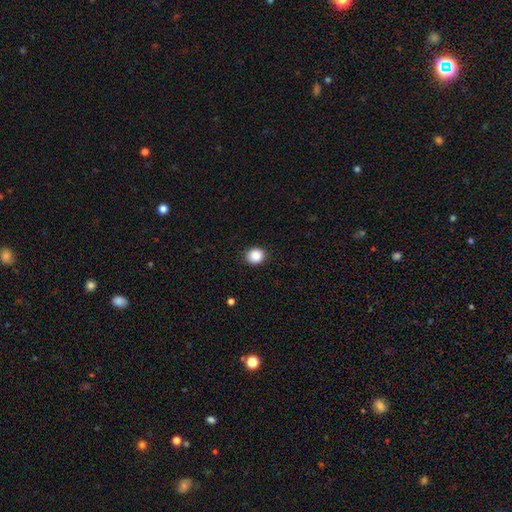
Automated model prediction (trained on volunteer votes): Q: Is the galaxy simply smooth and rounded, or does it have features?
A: smooth — 88%.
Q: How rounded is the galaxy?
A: round — 80%.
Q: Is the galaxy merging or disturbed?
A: none — 90%.